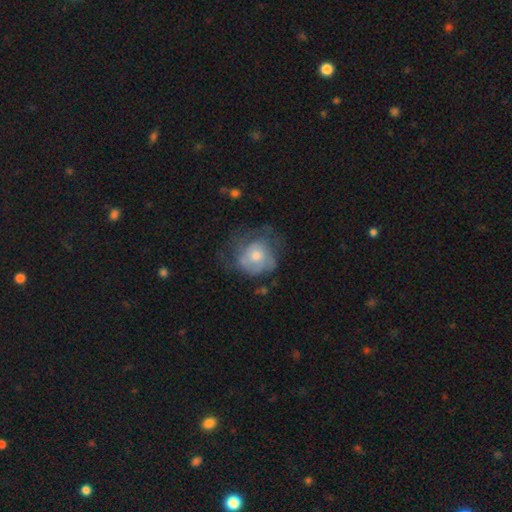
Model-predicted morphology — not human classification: A featured or disk galaxy (55%) with no bar (81%), spiral arms (68%) and a moderate central bulge (61%).

Vote fractions:
- Smooth or featured? featured or disk: 55% / smooth: 37% / star or artifact: 8%
- Edge-on disk? no: 97% / yes: 3%
- Bar? no: 81% / weak: 17% / strong: 2%
- Spiral arms? yes: 68% / no: 32%
- Bulge size? moderate: 61% / small: 26% / large: 10% / none: 2% / dominant: 1%
- Merging? none: 51% / minor disturbance: 25% / major disturbance: 22% / merger: 2%